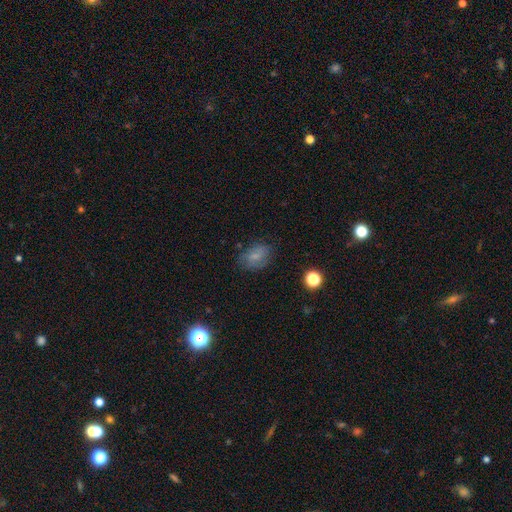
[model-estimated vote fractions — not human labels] smooth 68%, featured or disk 20%, star or artifact 12%. Down the decision tree: how rounded — in between (73%); merging — none (72%).